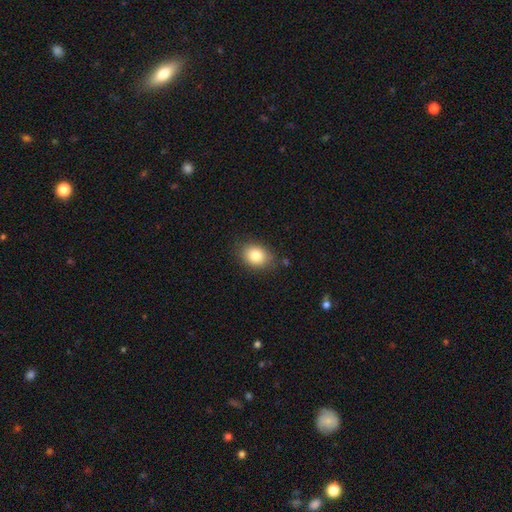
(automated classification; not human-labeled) smooth-or-featured: smooth: 84% | star or artifact: 9% | featured or disk: 8%
  how-rounded: in between: 63% | round: 36% | cigar-shaped: 1%
  merging: none: 81% | minor disturbance: 14% | major disturbance: 3% | merger: 2%